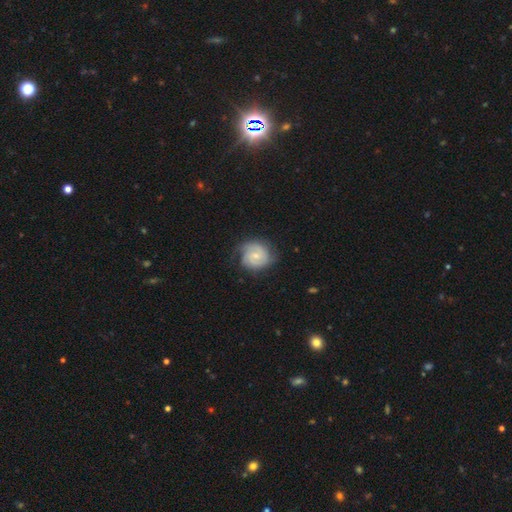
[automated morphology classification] Overall: featured or disk (73%). Edge-on disk: no (98%). Bar: no (60%; weak 35%). Spiral arms: yes (94%). Spiral arm count: 2 (53%; can't tell 20%). Spiral winding: tight (58%; medium 33%). Bulge size: small (61%; moderate 34%). Merging: none (69%).